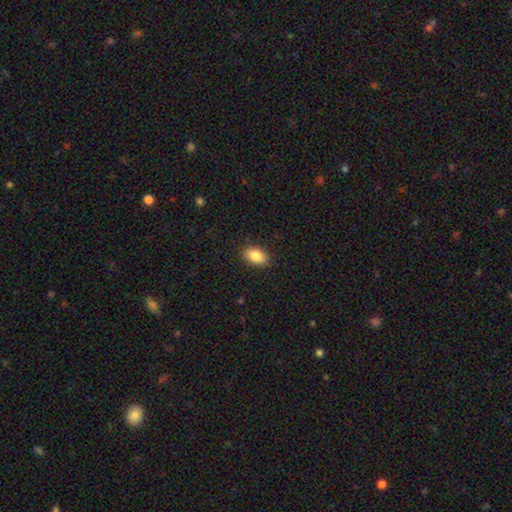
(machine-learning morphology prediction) Overall: smooth (86%). How rounded: in between (91%). Merging: none (89%).